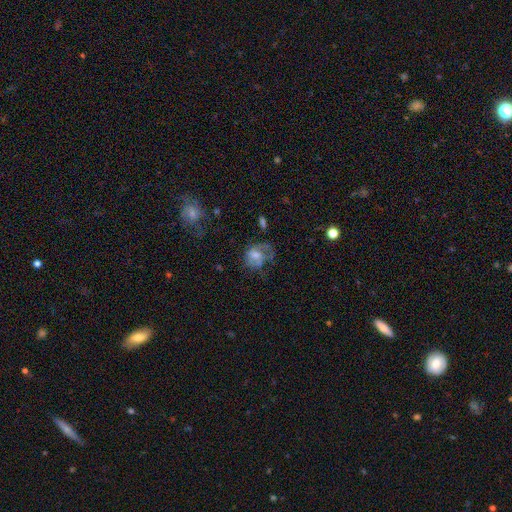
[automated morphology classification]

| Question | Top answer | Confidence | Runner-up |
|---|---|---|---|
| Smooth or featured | featured or disk | 48% | smooth (41%) |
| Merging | none | 37% | major disturbance (35%) |